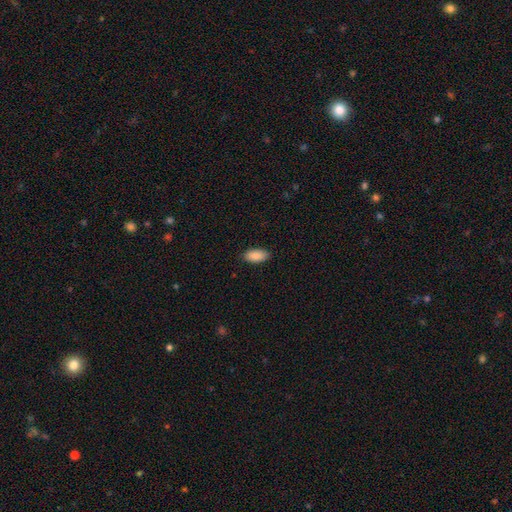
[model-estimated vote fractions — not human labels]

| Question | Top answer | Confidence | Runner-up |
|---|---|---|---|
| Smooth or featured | smooth | 90% | star or artifact (6%) |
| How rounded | in between | 92% | cigar-shaped (6%) |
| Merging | none | 88% | minor disturbance (9%) |